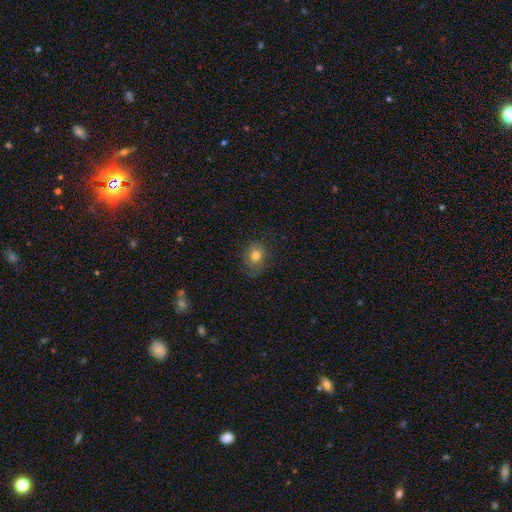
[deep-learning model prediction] This is likely a smooth galaxy (72%). How rounded: likely round (66%). Merging: likely none (65%).